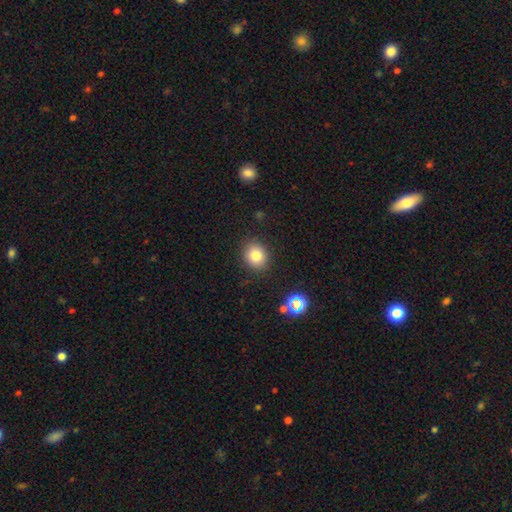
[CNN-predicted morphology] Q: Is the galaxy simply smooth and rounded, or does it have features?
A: smooth — 81%.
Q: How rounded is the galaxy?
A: round — 77%.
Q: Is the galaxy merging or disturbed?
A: none — 88%.